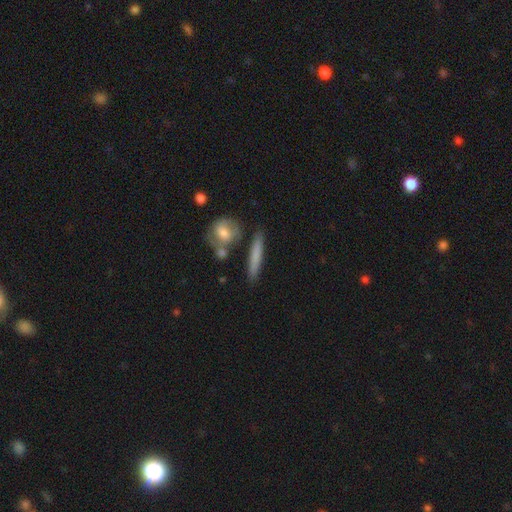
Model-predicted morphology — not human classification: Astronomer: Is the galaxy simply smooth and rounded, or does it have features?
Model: smooth — 68%.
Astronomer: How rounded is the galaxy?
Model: cigar-shaped — 88%.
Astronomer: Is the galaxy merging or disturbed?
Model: none — 78%.